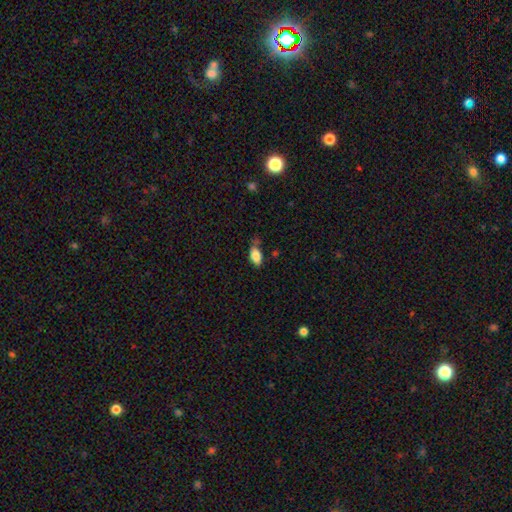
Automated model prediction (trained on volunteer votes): A smooth galaxy with no disk features (83%) that is in between round and cigar-shaped (92%).

Vote fractions:
- Smooth or featured? smooth: 83% / featured or disk: 9% / star or artifact: 8%
- How rounded? in between: 92% / cigar-shaped: 4% / round: 4%
- Merging? none: 61% / minor disturbance: 27% / major disturbance: 6% / merger: 6%